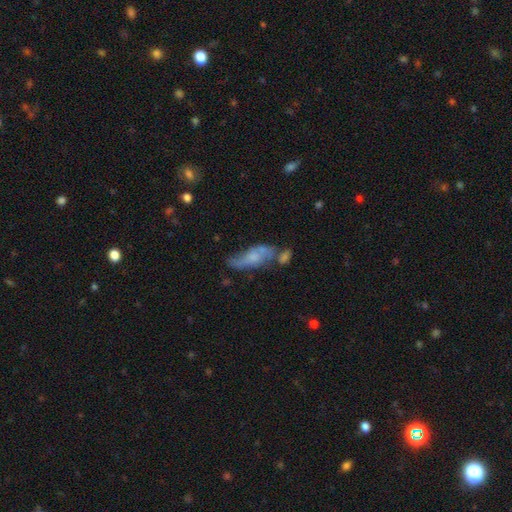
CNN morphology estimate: Overall: featured or disk (48%; smooth 43%). Merging: none (34%; merger 26%).